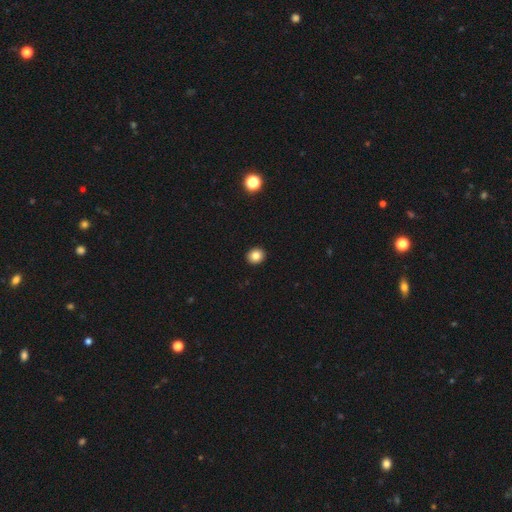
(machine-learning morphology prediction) A smooth galaxy with no disk features (83%) that is round (78%). Merging: none (93%).